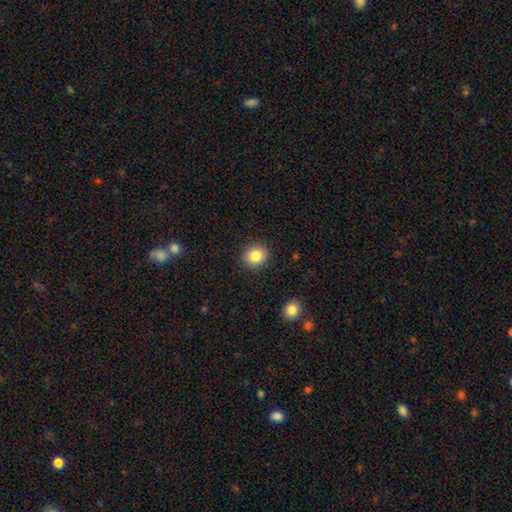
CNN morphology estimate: A smooth galaxy with no disk features (85%) that is round (77%). Merging: none (90%).